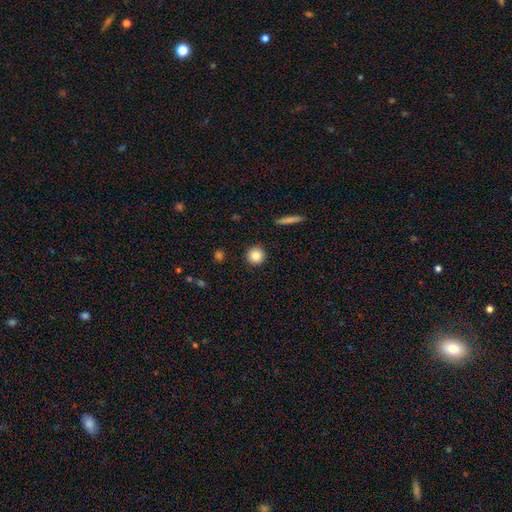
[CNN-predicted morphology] Smooth or featured? smooth (85%)
How rounded? round (94%)
Merging? none (92%)